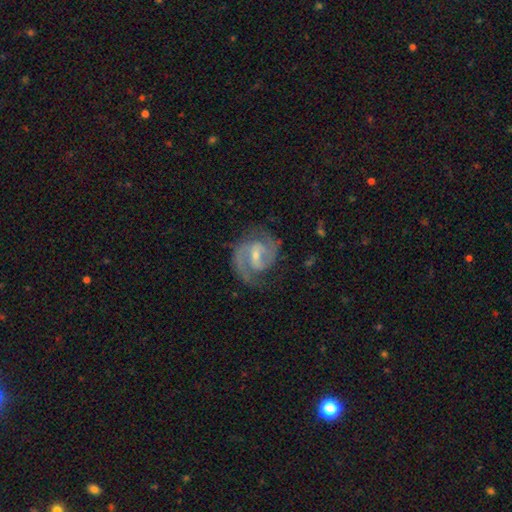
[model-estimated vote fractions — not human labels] Smooth or featured: featured or disk — 89% (smooth — 6%)
Edge-on disk: no — 98% (yes — 2%)
Bar: weak — 52% (strong — 32%)
Spiral arms: yes — 97% (no — 3%)
Spiral winding: medium — 54% (tight — 35%)
Spiral arm count: 2 — 89% (can't tell — 4%)
Bulge size: small — 55% (moderate — 38%)
Merging: none — 75% (minor disturbance — 16%)